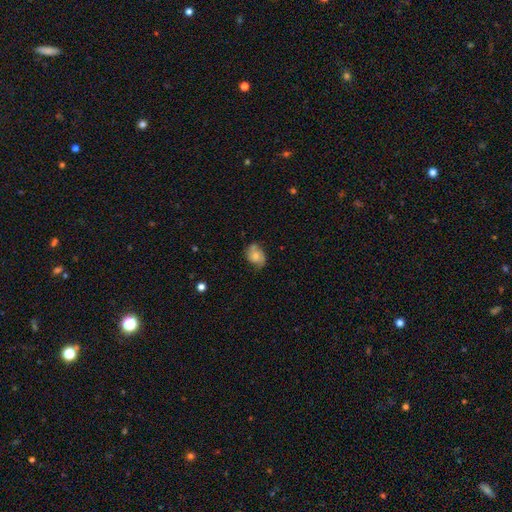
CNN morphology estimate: smooth_or_featured: smooth (p=0.54) [alt: featured or disk p=0.37]
how_rounded: in between (p=0.61) [alt: round p=0.37]
merging: none (p=0.57) [alt: minor disturbance p=0.28]